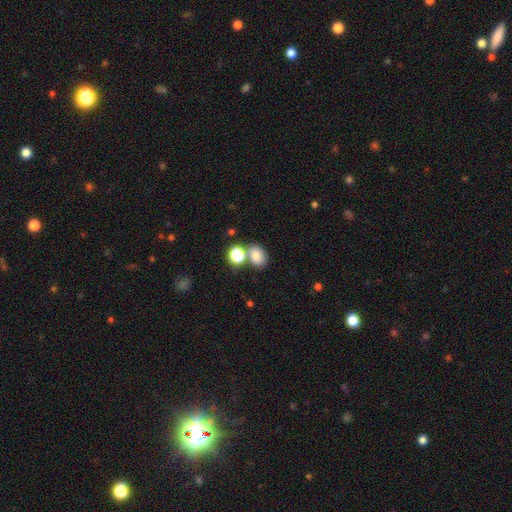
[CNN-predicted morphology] Smooth or featured: smooth — 78% (star or artifact — 13%)
How rounded: in between — 63% (round — 36%)
Merging: none — 57% (merger — 27%)